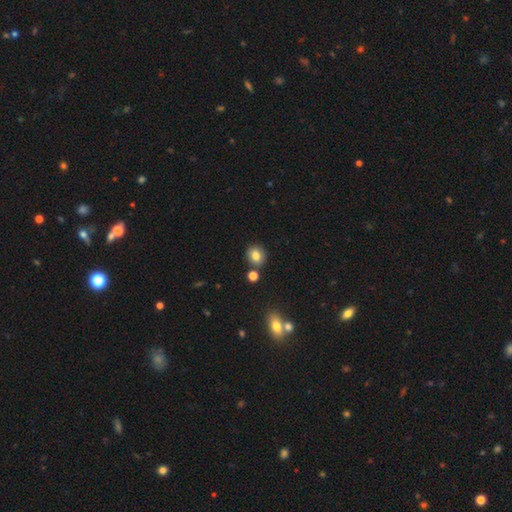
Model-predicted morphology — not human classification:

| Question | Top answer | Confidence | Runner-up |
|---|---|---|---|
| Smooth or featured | smooth | 80% | star or artifact (11%) |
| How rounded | round | 75% | in between (24%) |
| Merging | none | 80% | minor disturbance (9%) |